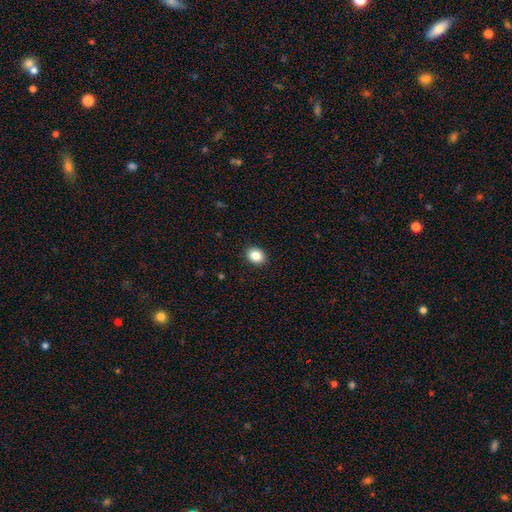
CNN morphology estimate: This appears to be a smooth galaxy with no disk features (86%) that is round (56%). Merging: none (91%).